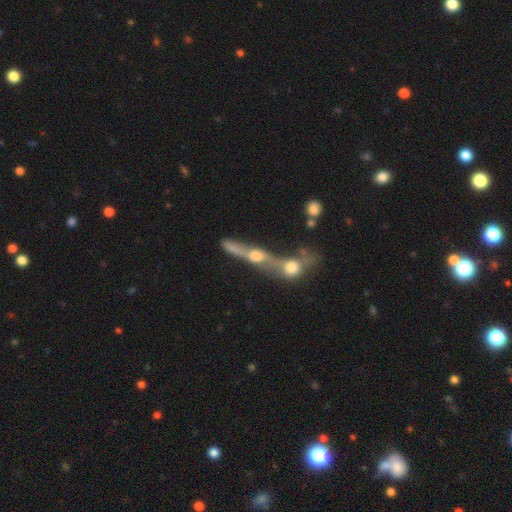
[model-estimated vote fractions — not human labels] A featured or disk galaxy (53%) viewed edge-on (56%).

Vote fractions:
- Smooth or featured? featured or disk: 53% / smooth: 35% / star or artifact: 12%
- Edge-on disk? yes: 56% / no: 44%
- Merging? merger: 72% / none: 16% / major disturbance: 6% / minor disturbance: 6%